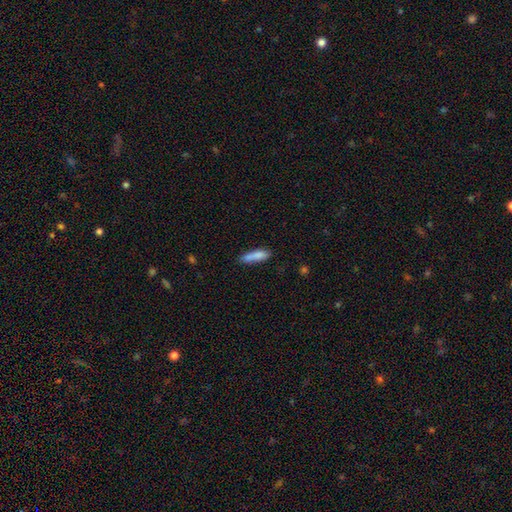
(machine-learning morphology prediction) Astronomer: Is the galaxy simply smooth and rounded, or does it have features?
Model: smooth — 81%.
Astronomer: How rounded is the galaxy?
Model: cigar-shaped — 68%.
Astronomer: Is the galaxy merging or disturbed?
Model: none — 60%.